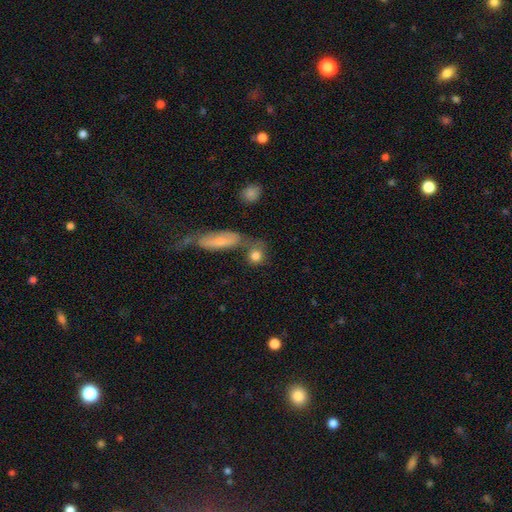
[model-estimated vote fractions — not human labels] Overall: smooth (80%). How rounded: round (76%). Merging: none (54%; merger 27%).